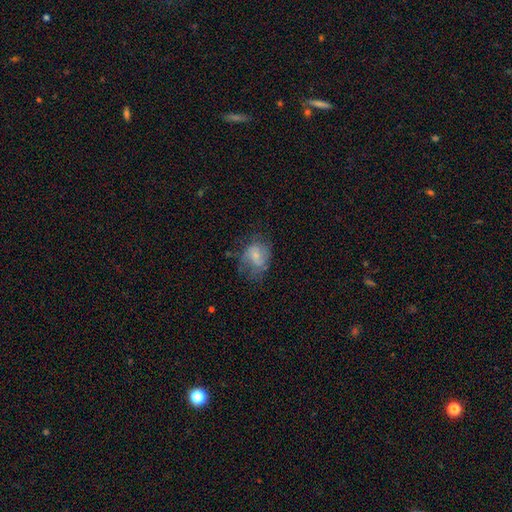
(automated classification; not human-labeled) A featured or disk galaxy (46%). Merging: none (48%).